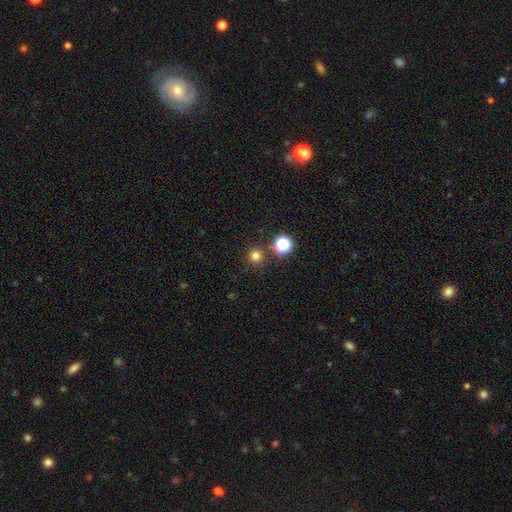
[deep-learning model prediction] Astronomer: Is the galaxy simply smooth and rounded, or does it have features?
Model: smooth — 76%.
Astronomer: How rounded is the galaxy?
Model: round — 95%.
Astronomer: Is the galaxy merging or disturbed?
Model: none — 85%.